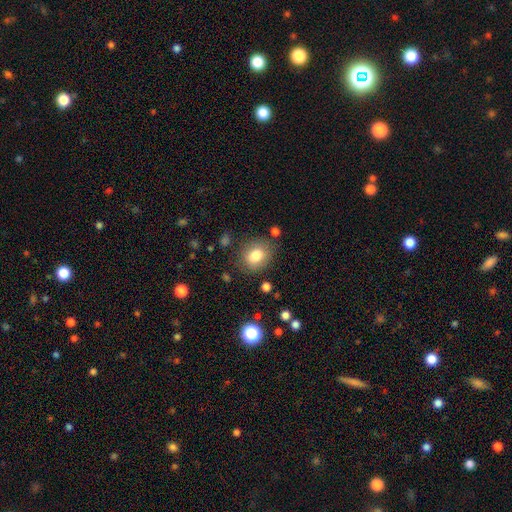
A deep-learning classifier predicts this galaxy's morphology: Smooth or featured? smooth (81%)
How rounded? round (61%)
Merging? none (80%)